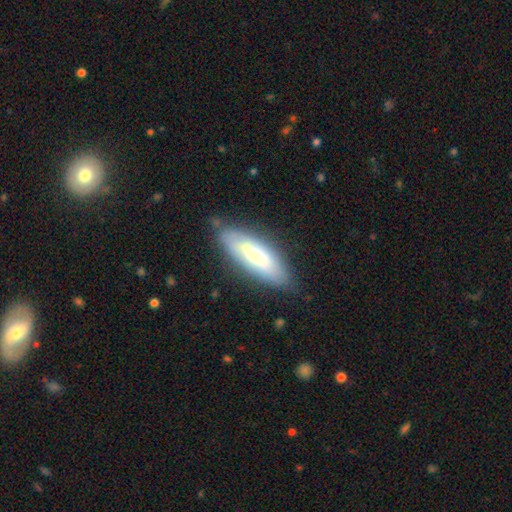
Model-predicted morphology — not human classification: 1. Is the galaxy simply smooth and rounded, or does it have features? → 60% smooth, 33% featured or disk, 6% star or artifact.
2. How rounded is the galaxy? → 56% in between, 42% cigar-shaped, 2% round.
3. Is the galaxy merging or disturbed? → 77% none, 17% minor disturbance, 4% major disturbance, 2% merger.